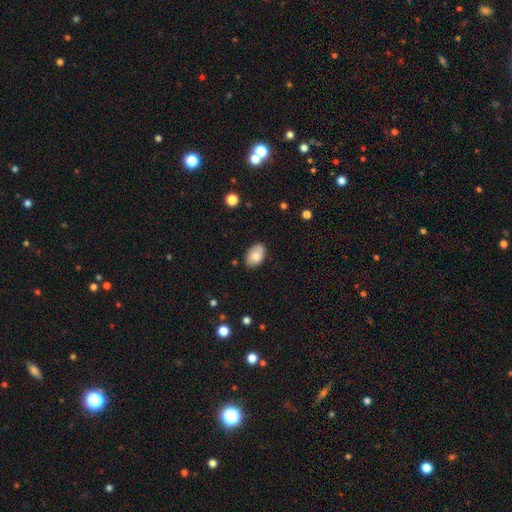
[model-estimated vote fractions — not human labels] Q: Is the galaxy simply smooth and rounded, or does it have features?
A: smooth — 81%.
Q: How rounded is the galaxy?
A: in between — 91%.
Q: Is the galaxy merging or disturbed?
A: none — 78%.